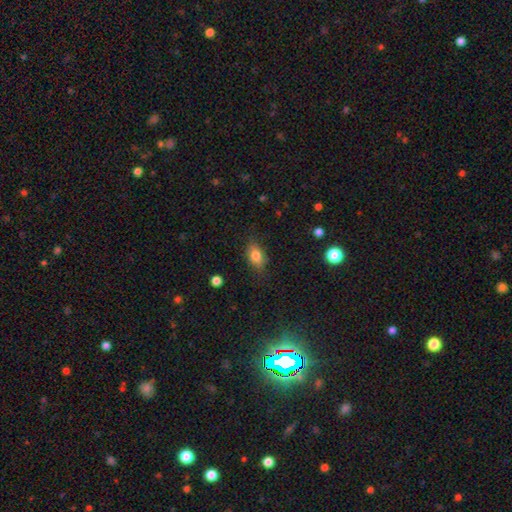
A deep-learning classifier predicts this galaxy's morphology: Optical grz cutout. It shows a smooth galaxy with no disk features (79%) that is in between round and cigar-shaped (84%). Merging: none (79%).